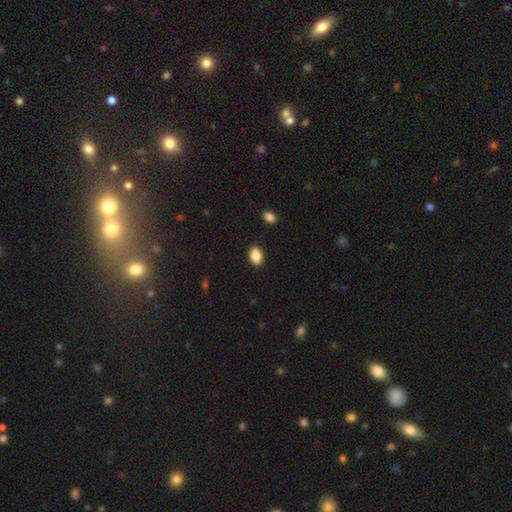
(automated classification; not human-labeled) Morphology: type=smooth (88%); roundness=in between (88%); merging=none (89%).